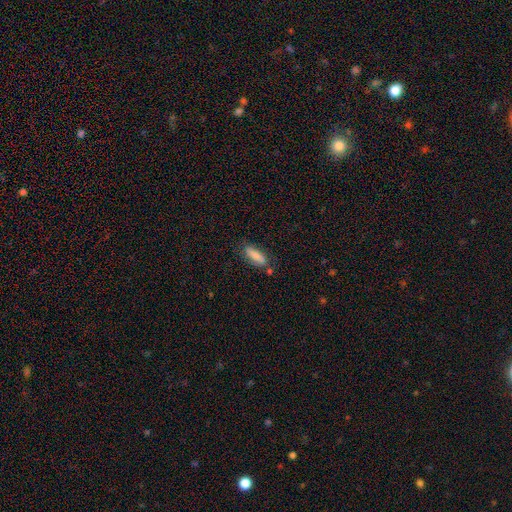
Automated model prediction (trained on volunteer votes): Q: Smooth or featured?
A: smooth (79%); runner-up: featured or disk (14%)
Q: How rounded?
A: cigar-shaped (50%); runner-up: in between (47%)
Q: Merging?
A: none (71%); runner-up: minor disturbance (18%)